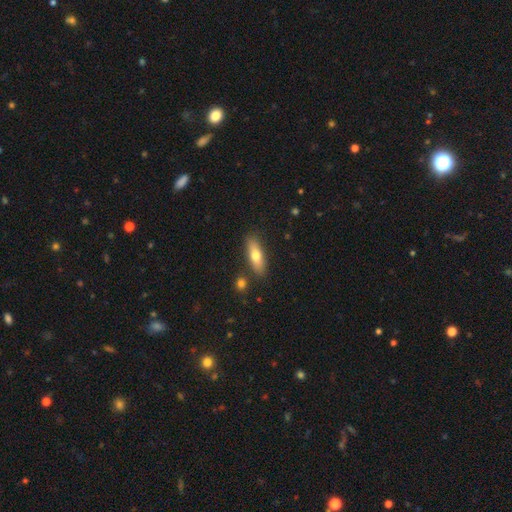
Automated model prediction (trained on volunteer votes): Smooth or featured? Predicted: smooth (p=0.69). How rounded? Predicted: in between (p=0.58). Merging? Predicted: none (p=0.83).